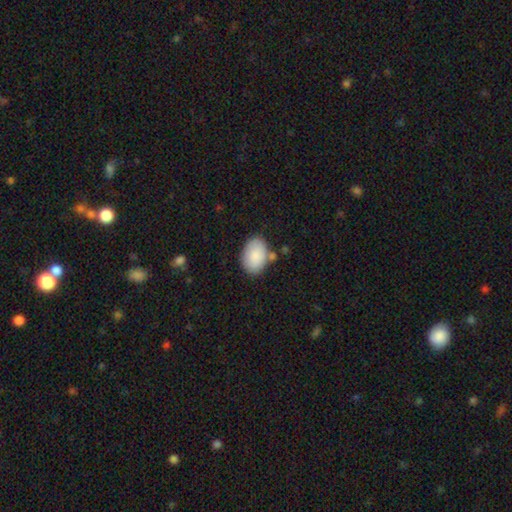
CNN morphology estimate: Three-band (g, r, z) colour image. It shows a smooth galaxy with no disk features (87%) that is in between round and cigar-shaped (85%). Merging: none (71%).